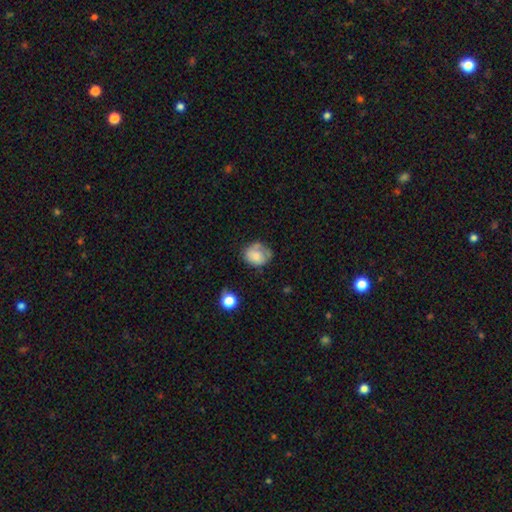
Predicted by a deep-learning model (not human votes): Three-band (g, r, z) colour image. It shows a smooth galaxy with no disk features (66%) that is round (52%). Merging: none (45%).